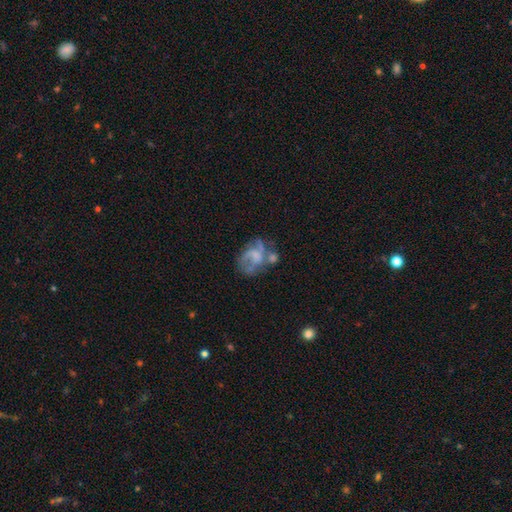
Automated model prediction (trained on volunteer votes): Q: Smooth or featured?
A: featured or disk (58%); runner-up: smooth (31%)
Q: Edge-on disk?
A: no (98%); runner-up: yes (2%)
Q: Bar?
A: no (72%); runner-up: weak (23%)
Q: Spiral arms?
A: no (54%); runner-up: yes (46%)
Q: Bulge size?
A: none (54%); runner-up: small (22%)
Q: Merging?
A: major disturbance (30%); runner-up: none (29%)